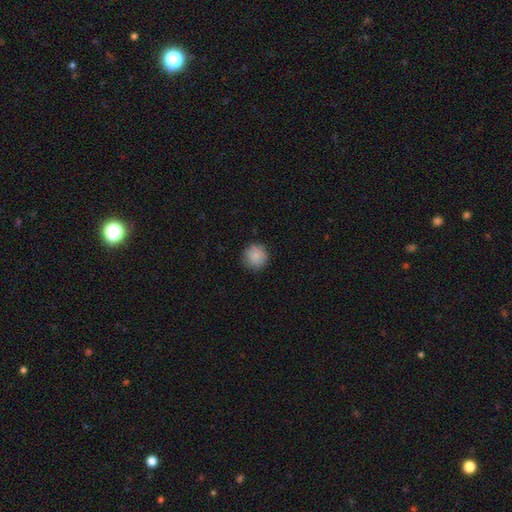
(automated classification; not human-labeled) Smooth or featured? smooth (83%)
How rounded? round (94%)
Merging? none (84%)